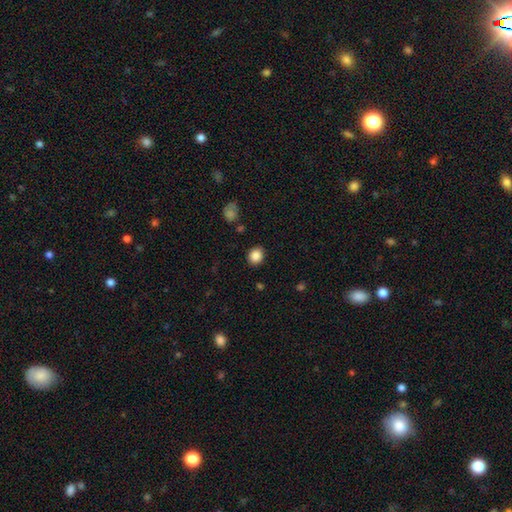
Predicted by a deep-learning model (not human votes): This appears to be a smooth galaxy with no disk features (86%) that is round (76%). Merging: none (88%).